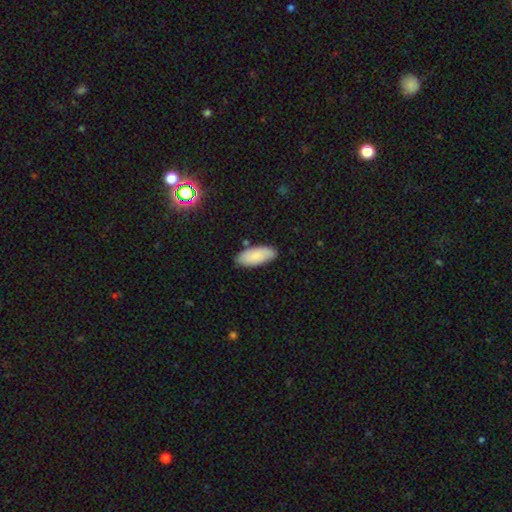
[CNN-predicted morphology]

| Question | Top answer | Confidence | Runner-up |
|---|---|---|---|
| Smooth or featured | smooth | 82% | featured or disk (12%) |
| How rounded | in between | 85% | cigar-shaped (13%) |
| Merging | none | 81% | minor disturbance (14%) |